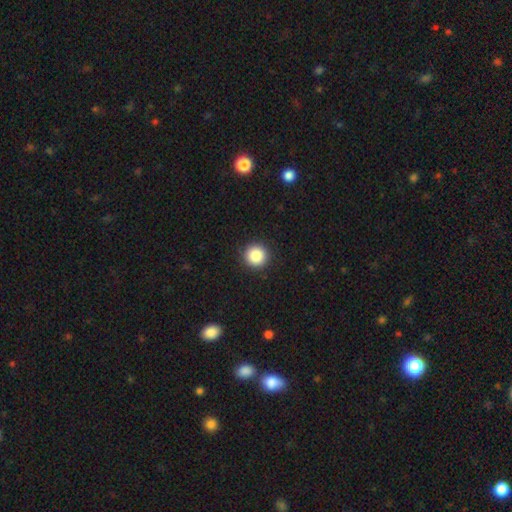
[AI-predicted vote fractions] This appears to be a smooth galaxy with no disk features (87%) that is round (95%). Merging: none (92%).